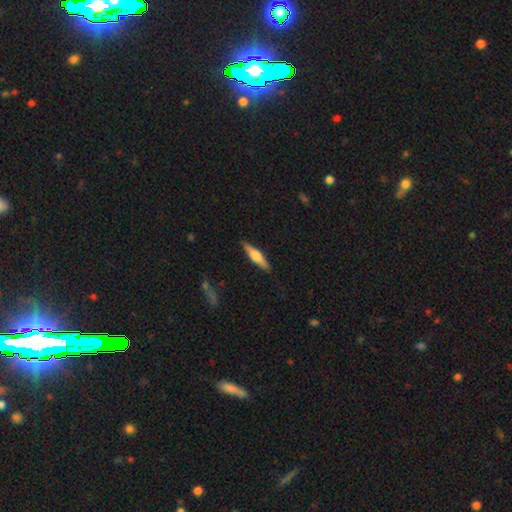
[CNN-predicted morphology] Q: Smooth or featured?
A: featured or disk (52%); runner-up: smooth (42%)
Q: Edge-on disk?
A: yes (95%); runner-up: no (5%)
Q: Edge-on bulge?
A: rounded (77%); runner-up: boxy (18%)
Q: Merging?
A: none (88%); runner-up: minor disturbance (9%)